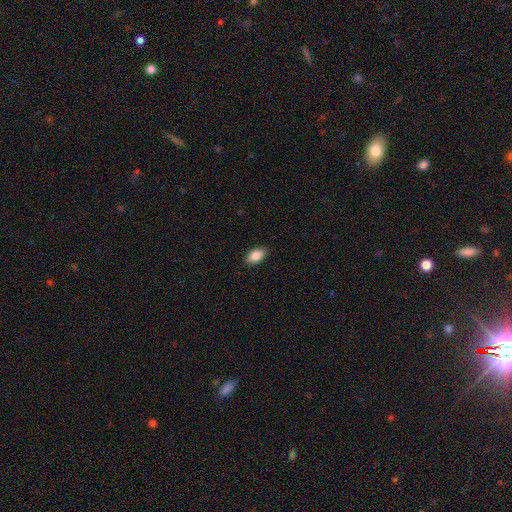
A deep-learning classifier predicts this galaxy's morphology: A smooth galaxy with no disk features (87%) that is in between round and cigar-shaped (92%).

Vote fractions:
- Smooth or featured? smooth: 87% / star or artifact: 7% / featured or disk: 5%
- How rounded? in between: 92% / round: 5% / cigar-shaped: 3%
- Merging? none: 89% / minor disturbance: 8% / major disturbance: 2% / merger: 1%